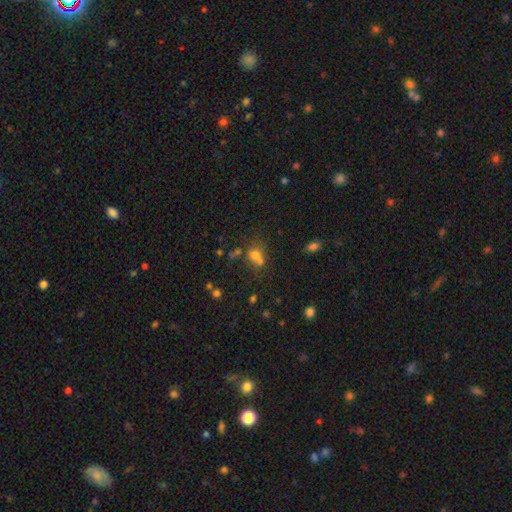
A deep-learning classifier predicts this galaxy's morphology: Overall: smooth (62%). How rounded: round (54%; in between 44%). Merging: merger (41%; none 39%).